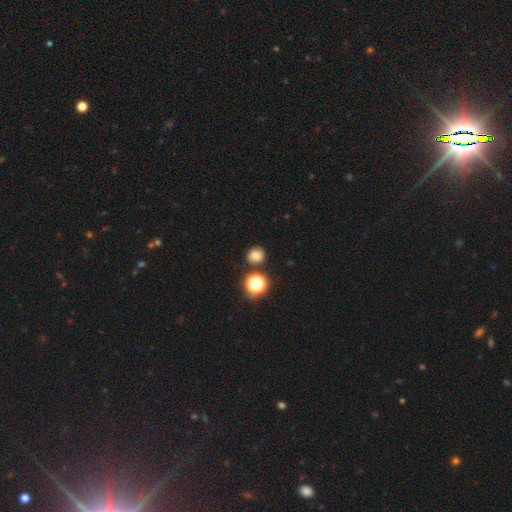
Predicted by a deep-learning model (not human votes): Smooth or featured? smooth (77%)
How rounded? round (83%)
Merging? none (83%)